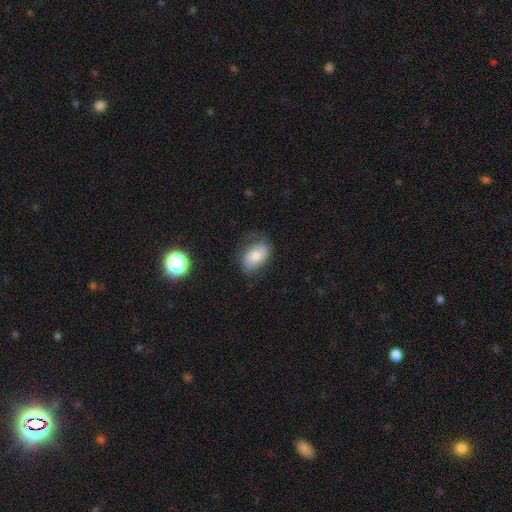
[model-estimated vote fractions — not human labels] Overall: smooth (57%; featured or disk 35%). How rounded: in between (86%). Merging: none (58%; minor disturbance 27%).